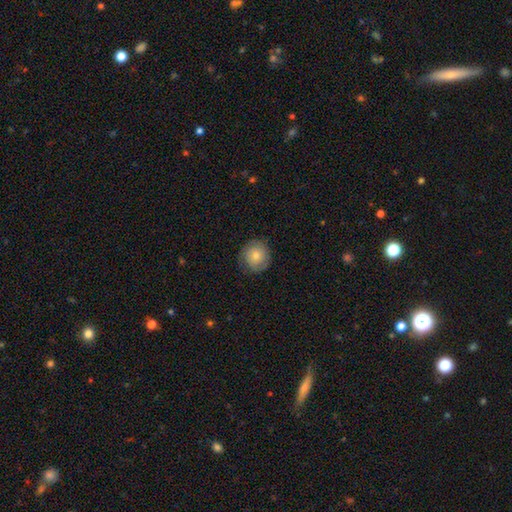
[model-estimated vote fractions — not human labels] A smooth galaxy with no disk features (65%) that is round (91%). Merging: none (81%).